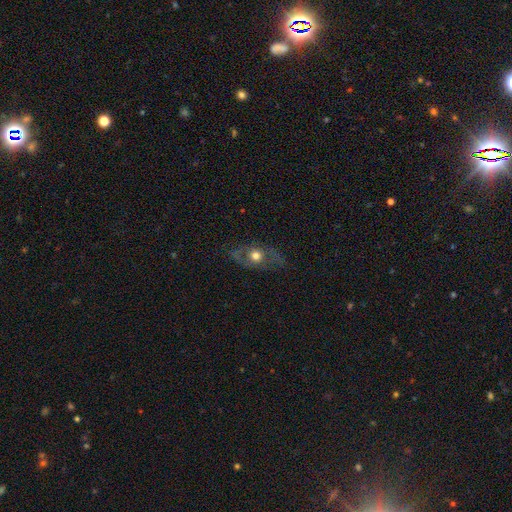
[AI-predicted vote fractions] Smooth or featured?
  - featured or disk: 56% *
  - smooth: 34%
  - star or artifact: 10%
Edge-on disk?
  - no: 81% *
  - yes: 19%
Merging?
  - none: 71% *
  - minor disturbance: 17%
  - major disturbance: 10%
  - merger: 2%